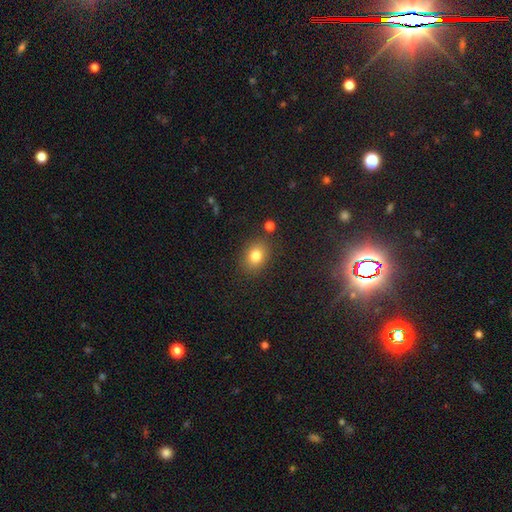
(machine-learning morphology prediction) Overall: smooth (81%). How rounded: in between (60%; round 39%). Merging: none (83%).